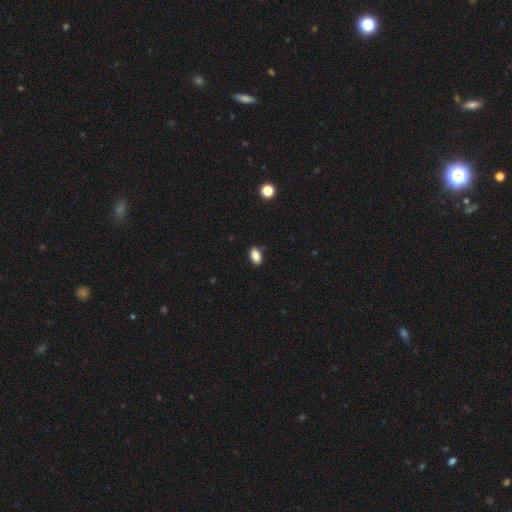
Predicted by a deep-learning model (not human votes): smooth-or-featured: smooth: 88% | star or artifact: 9% | featured or disk: 4%
  how-rounded: in between: 91% | round: 6% | cigar-shaped: 3%
  merging: none: 87% | minor disturbance: 10% | major disturbance: 2% | merger: 1%